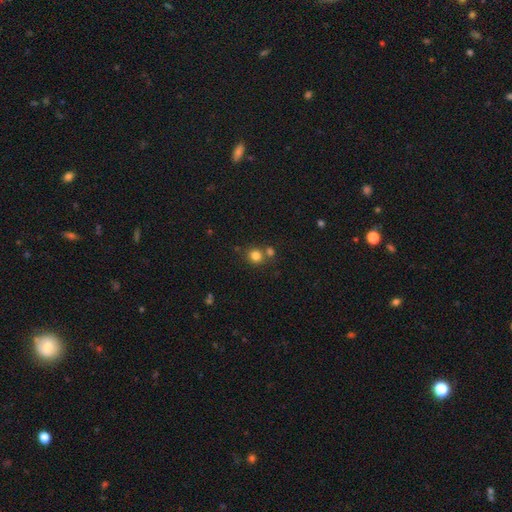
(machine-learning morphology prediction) type=smooth (80%); roundness=round (84%); merging=none (65%).